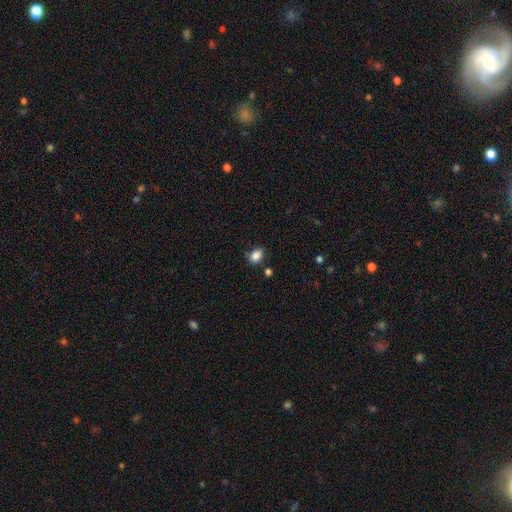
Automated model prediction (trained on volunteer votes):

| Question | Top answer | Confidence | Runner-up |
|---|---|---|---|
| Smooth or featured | smooth | 86% | star or artifact (10%) |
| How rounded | in between | 73% | round (26%) |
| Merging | none | 73% | minor disturbance (18%) |